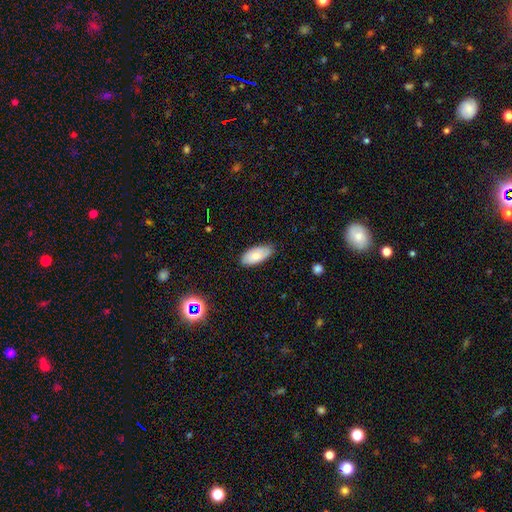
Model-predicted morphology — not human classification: A smooth galaxy with no disk features (76%) that is in between round and cigar-shaped (91%).

Vote fractions:
- Smooth or featured? smooth: 76% / featured or disk: 17% / star or artifact: 7%
- How rounded? in between: 91% / cigar-shaped: 7% / round: 2%
- Merging? none: 80% / minor disturbance: 17% / major disturbance: 2% / merger: 1%